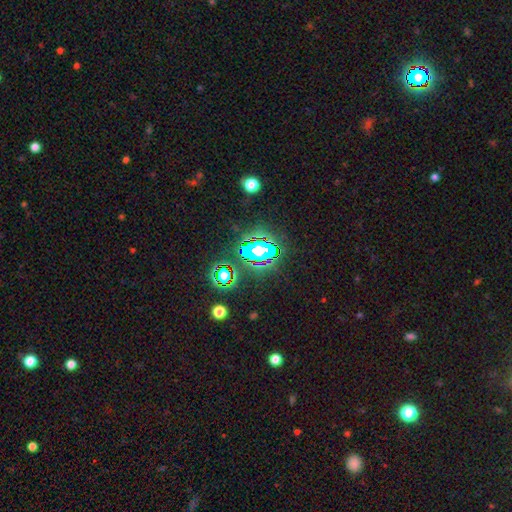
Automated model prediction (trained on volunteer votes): Morphology: type=star or artifact (78%).